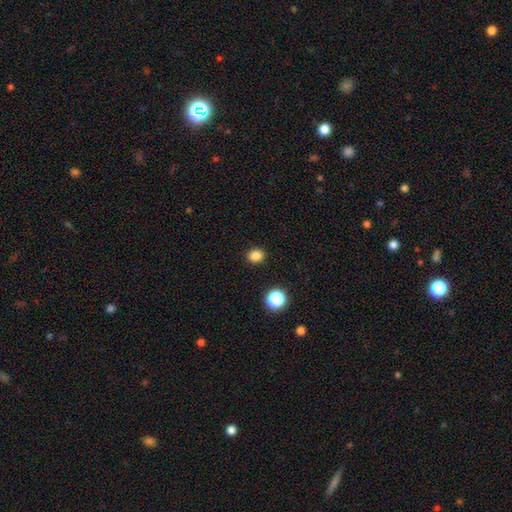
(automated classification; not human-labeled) smooth-or-featured: smooth: 83% | star or artifact: 13% | featured or disk: 4%
  how-rounded: round: 69% | in between: 30% | cigar-shaped: 1%
  merging: none: 91% | minor disturbance: 6% | major disturbance: 2% | merger: 1%